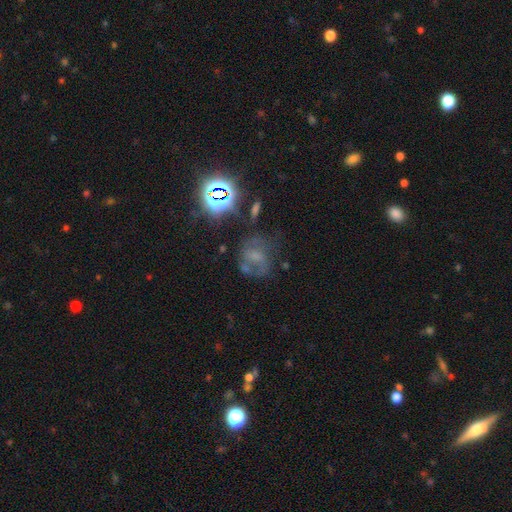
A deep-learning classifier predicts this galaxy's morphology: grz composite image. It shows a featured or disk galaxy (41%). Merging: none (44%).